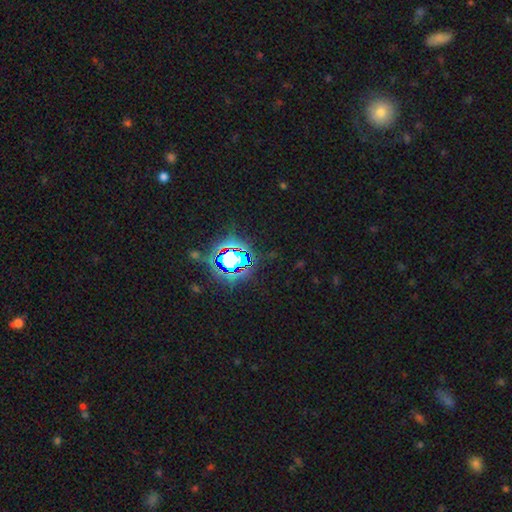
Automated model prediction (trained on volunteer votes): The model was most divided on "smooth or featured": star or artifact: 79%, smooth: 13%, featured or disk: 8%.